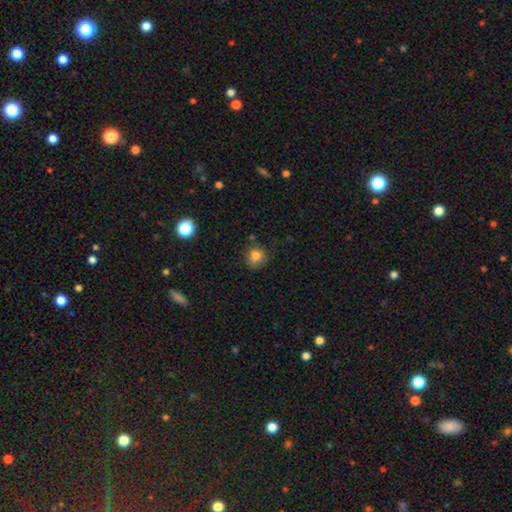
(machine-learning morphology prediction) The model was most divided on "merging": none: 63%, minor disturbance: 25%, major disturbance: 7%, merger: 4%. More confident: smooth or featured — smooth (80%); how rounded — round (73%).